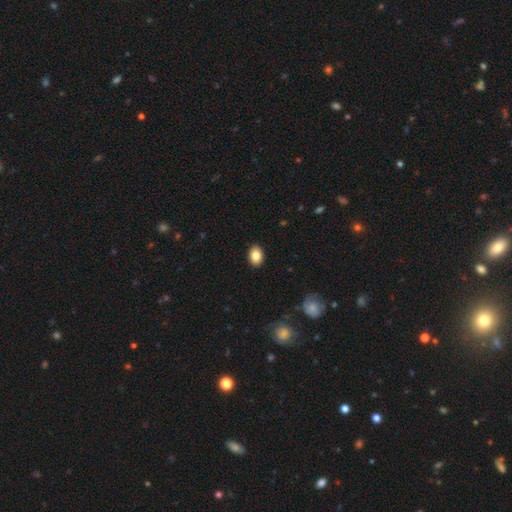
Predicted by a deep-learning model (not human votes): A smooth galaxy with no disk features (84%) that is in between round and cigar-shaped (77%). Merging: none (90%).